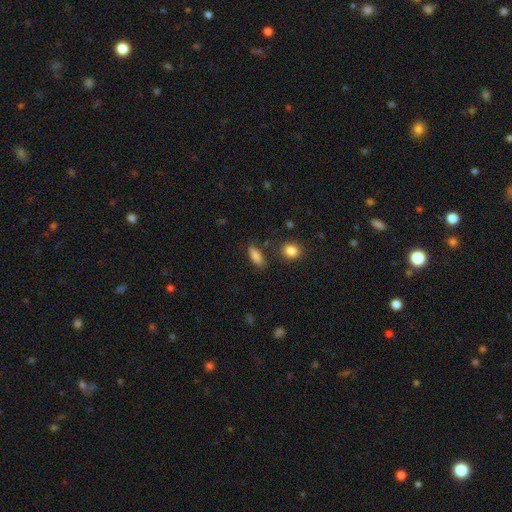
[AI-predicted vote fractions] Smooth or featured? Predicted: smooth (p=0.85). How rounded? Predicted: in between (p=0.74). Merging? Predicted: none (p=0.78).